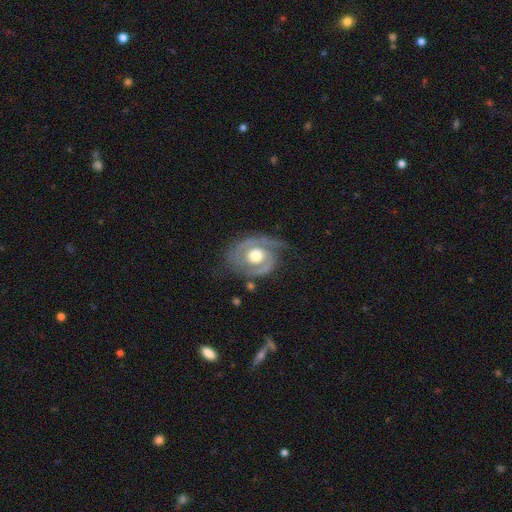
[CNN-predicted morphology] Smooth or featured? Predicted: featured or disk (p=0.84). Edge-on disk? Predicted: no (p=0.97). Bar? Predicted: no (p=0.76). Spiral arms? Predicted: yes (p=0.90). Spiral winding? Predicted: tight (p=0.52). Spiral arm count? Predicted: 2 (p=0.66). Bulge size? Predicted: moderate (p=0.65). Merging? Predicted: none (p=0.61).